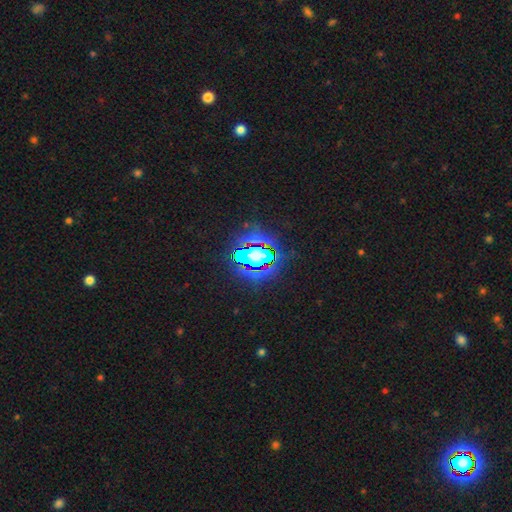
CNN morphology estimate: smooth-or-featured: star or artifact: 82% | smooth: 10% | featured or disk: 8%